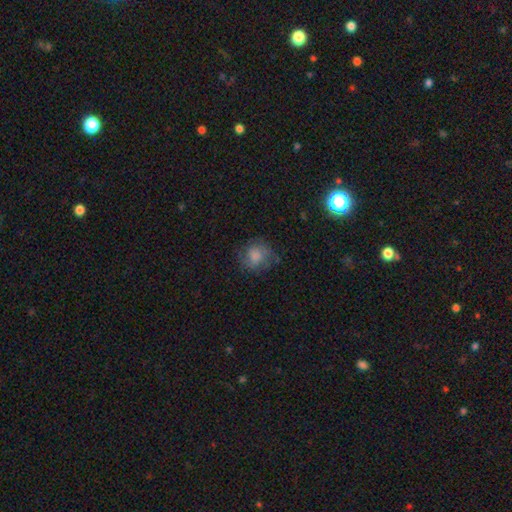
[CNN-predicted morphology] The model was most divided on "smooth or featured": smooth: 66%, featured or disk: 24%, star or artifact: 10%. More confident: how rounded — round (81%); merging — none (66%).